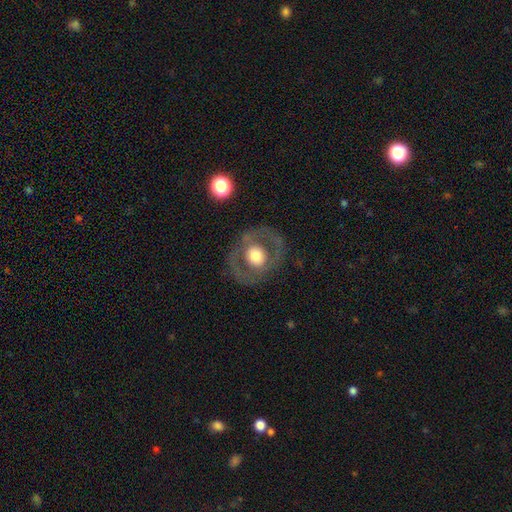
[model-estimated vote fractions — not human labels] Q: Smooth or featured?
A: featured or disk (52%); runner-up: smooth (41%)
Q: Edge-on disk?
A: no (94%); runner-up: yes (6%)
Q: Merging?
A: none (77%); runner-up: minor disturbance (12%)